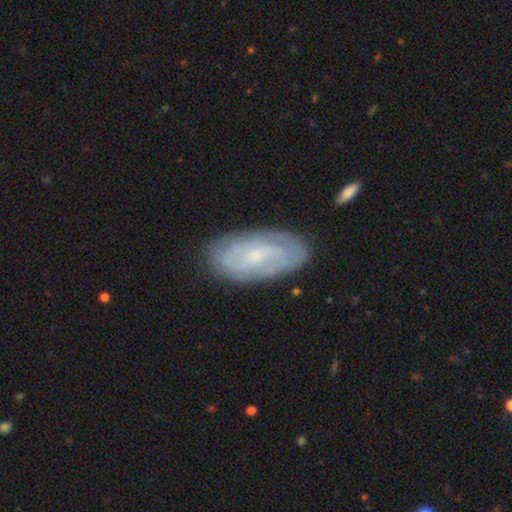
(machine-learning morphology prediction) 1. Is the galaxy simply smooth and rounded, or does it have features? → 66% featured or disk, 28% smooth, 7% star or artifact.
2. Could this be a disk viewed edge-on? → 93% no, 7% yes.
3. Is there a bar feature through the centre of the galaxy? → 51% no, 41% weak, 8% strong.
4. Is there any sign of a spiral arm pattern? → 87% yes, 13% no.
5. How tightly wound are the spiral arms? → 56% tight, 32% medium, 11% loose.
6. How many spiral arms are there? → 43% can't tell, 34% 2, 11% 3, 5% 4, 4% 1, 3% more than 4.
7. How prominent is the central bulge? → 71% small, 18% moderate, 9% none, 1% large, 1% dominant.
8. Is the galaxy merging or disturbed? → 80% none, 15% minor disturbance, 4% major disturbance, 2% merger.